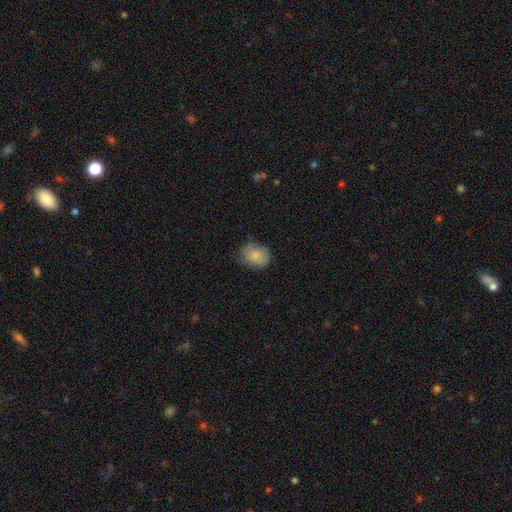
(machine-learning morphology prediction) smooth_or_featured: smooth (p=0.82) [alt: featured or disk p=0.10]
how_rounded: in between (p=0.53) [alt: round p=0.46]
merging: none (p=0.67) [alt: minor disturbance p=0.25]